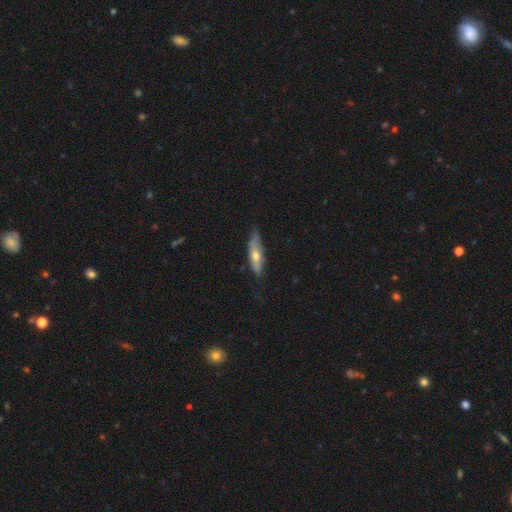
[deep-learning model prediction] Smooth or featured? smooth (53%)
How rounded? cigar-shaped (62%)
Merging? none (67%)